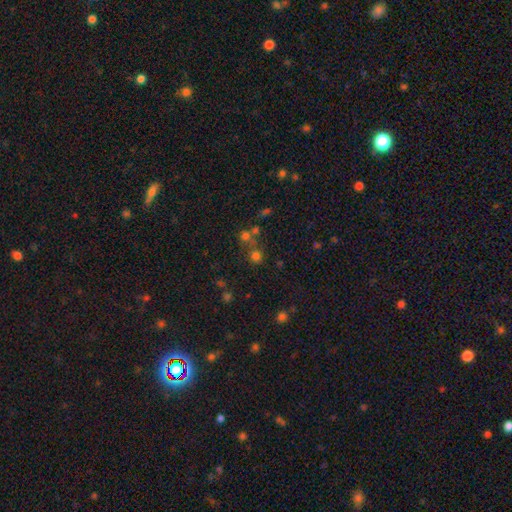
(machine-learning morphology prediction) Smooth or featured: smooth — 66% (star or artifact — 25%)
How rounded: round — 88% (in between — 11%)
Merging: none — 62% (merger — 25%)